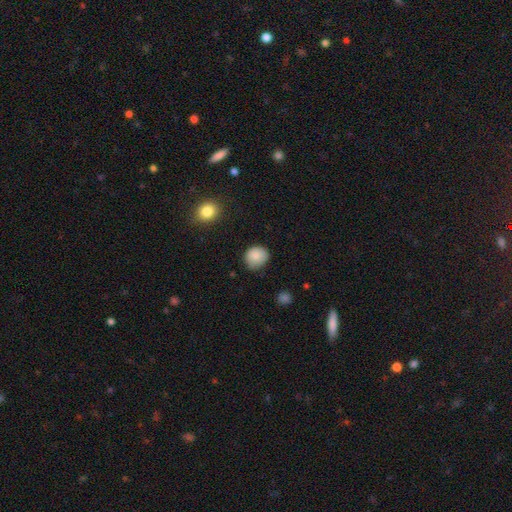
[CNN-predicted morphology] Q: Smooth or featured?
A: smooth (85%); runner-up: star or artifact (9%)
Q: How rounded?
A: round (77%); runner-up: in between (22%)
Q: Merging?
A: none (76%); runner-up: minor disturbance (19%)